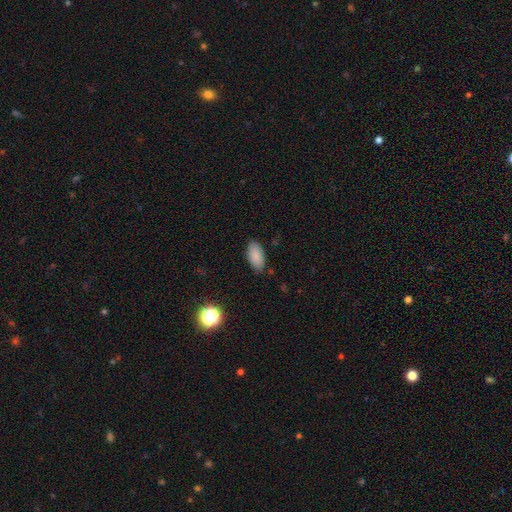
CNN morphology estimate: This is clearly a smooth galaxy (87%). How rounded: clearly in between (93%). Merging: clearly none (83%).